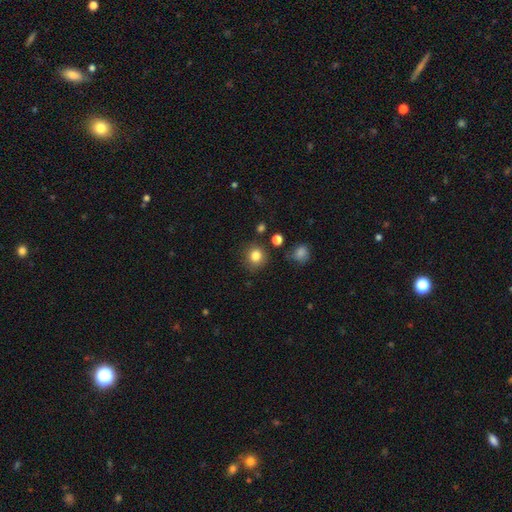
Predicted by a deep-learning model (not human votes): Q: Smooth or featured?
A: smooth (83%); runner-up: star or artifact (11%)
Q: How rounded?
A: round (89%); runner-up: in between (10%)
Q: Merging?
A: none (84%); runner-up: minor disturbance (10%)